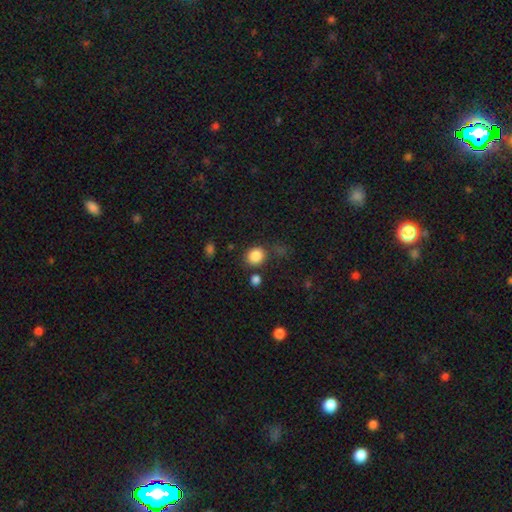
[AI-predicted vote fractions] A smooth galaxy with no disk features (85%) that is round (74%). Merging: none (76%).